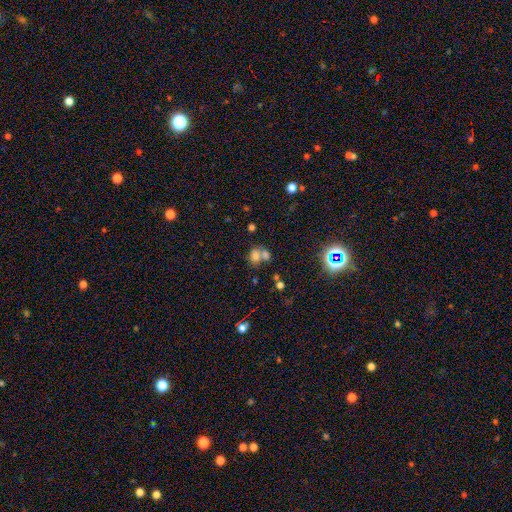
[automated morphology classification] Smooth or featured? smooth (68%)
How rounded? in between (55%)
Merging? merger (56%)